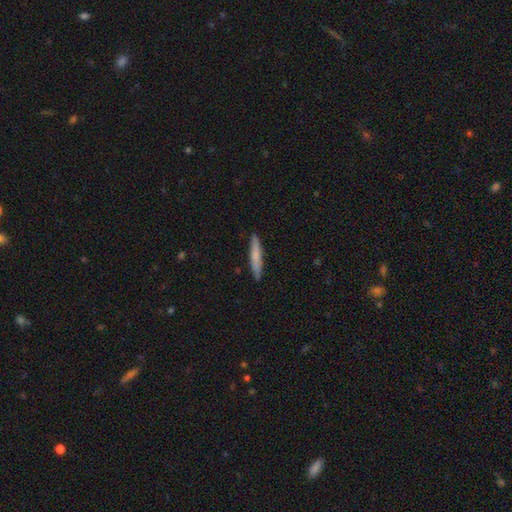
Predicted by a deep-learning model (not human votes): Morphology: type=smooth (71%); roundness=cigar-shaped (93%); merging=none (88%).